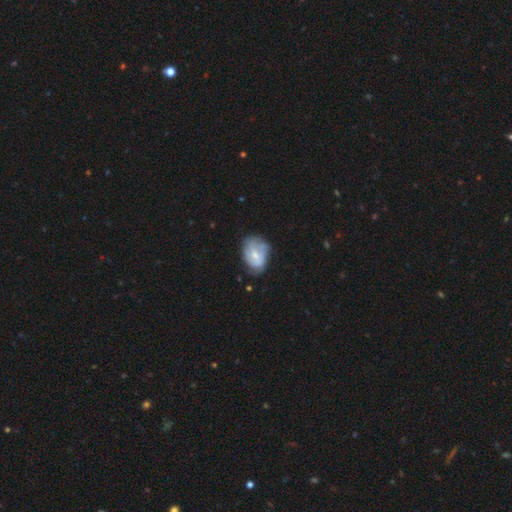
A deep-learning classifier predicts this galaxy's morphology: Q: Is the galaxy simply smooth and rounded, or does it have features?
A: featured or disk — 53%.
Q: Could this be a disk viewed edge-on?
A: no — 97%.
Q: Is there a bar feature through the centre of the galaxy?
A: no — 51%.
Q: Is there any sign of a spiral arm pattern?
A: yes — 62%.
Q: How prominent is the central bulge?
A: small — 51%.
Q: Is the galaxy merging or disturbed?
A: none — 48%.